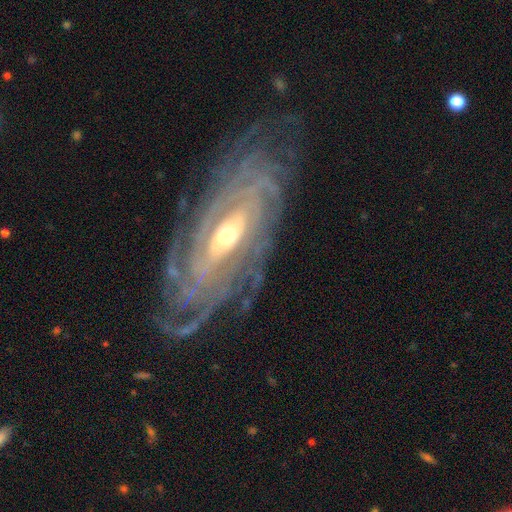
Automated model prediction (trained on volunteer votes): Overall: featured or disk (91%). Edge-on disk: no (92%). Bar: weak (37%; strong 34%). Spiral arms: yes (98%). Spiral arm count: can't tell (28%; more than 4 23%). Spiral winding: tight (83%). Bulge size: moderate (55%; small 40%). Merging: none (80%).